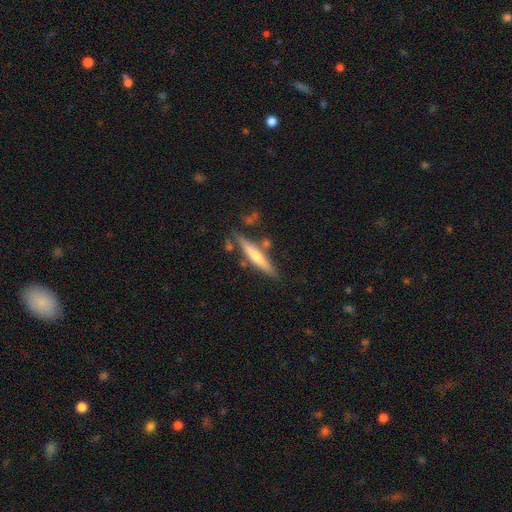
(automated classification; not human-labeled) The model was most divided on "smooth or featured": smooth: 49%, featured or disk: 46%, star or artifact: 6%. More confident: merging — none (75%).